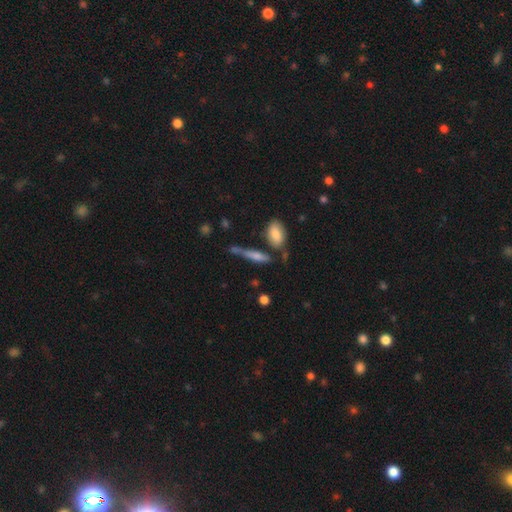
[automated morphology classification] type=smooth (61%); roundness=cigar-shaped (70%); merging=none (58%).